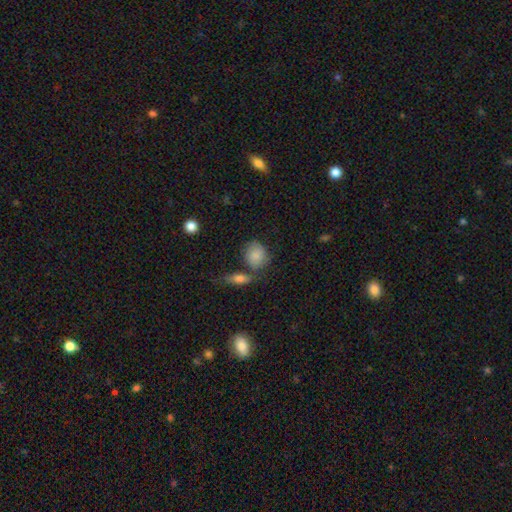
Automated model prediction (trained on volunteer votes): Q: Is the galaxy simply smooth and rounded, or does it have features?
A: smooth — 84%.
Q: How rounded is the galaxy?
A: round — 60%.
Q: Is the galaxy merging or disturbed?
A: none — 57%.